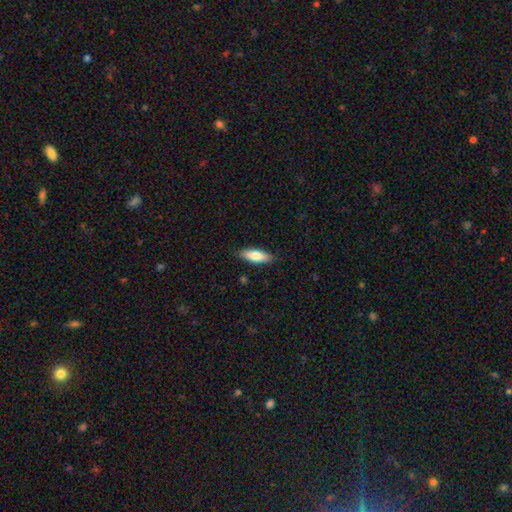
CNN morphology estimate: Overall: smooth (78%). How rounded: in between (64%; cigar-shaped 34%). Merging: none (87%).